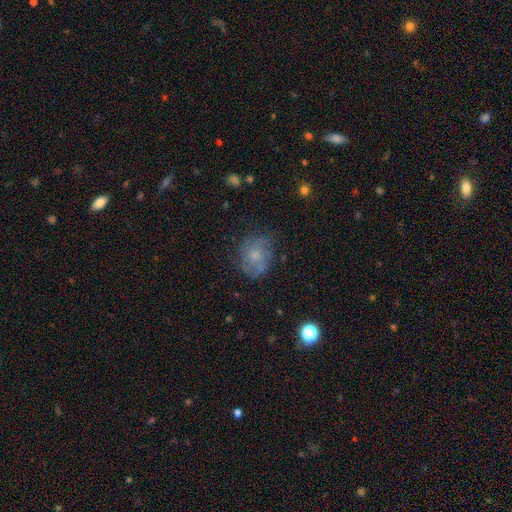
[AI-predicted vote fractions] This appears to be a featured or disk galaxy (46%). Merging: none (67%).